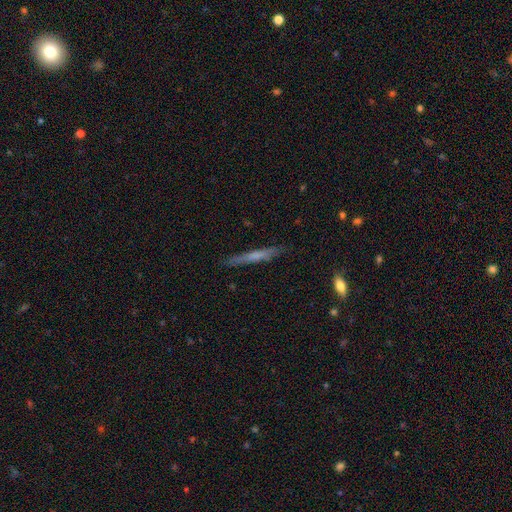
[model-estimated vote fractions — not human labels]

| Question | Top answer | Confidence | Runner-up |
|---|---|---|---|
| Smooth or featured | smooth | 52% | featured or disk (41%) |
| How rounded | cigar-shaped | 95% | in between (3%) |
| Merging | none | 87% | minor disturbance (10%) |